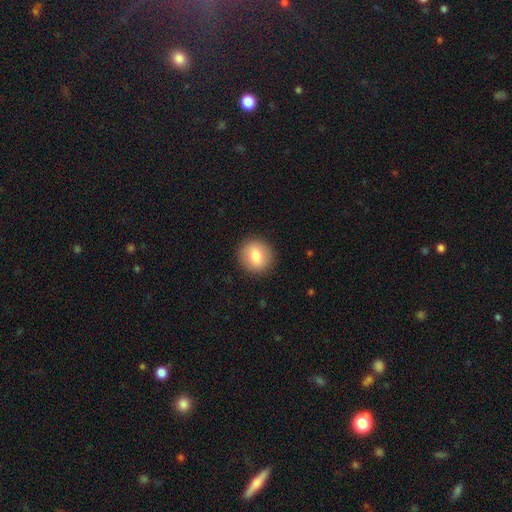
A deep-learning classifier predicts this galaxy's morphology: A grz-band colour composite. It shows a smooth galaxy with no disk features (78%) that is round (87%). Merging: none (90%).